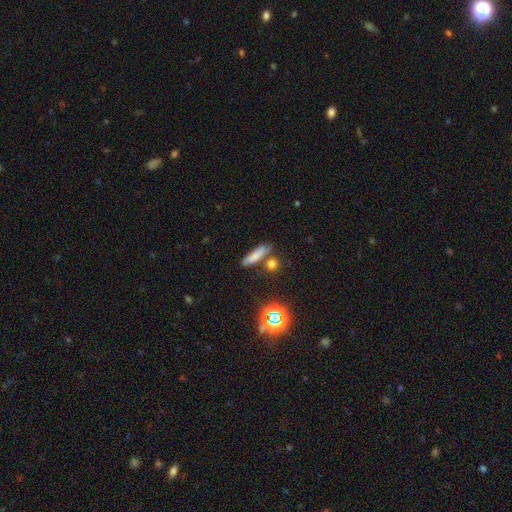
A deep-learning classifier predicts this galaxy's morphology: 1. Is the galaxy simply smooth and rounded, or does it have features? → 72% smooth, 16% star or artifact, 12% featured or disk.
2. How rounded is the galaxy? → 68% cigar-shaped, 25% in between, 7% round.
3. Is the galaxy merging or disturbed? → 70% none, 13% minor disturbance, 13% merger, 4% major disturbance.